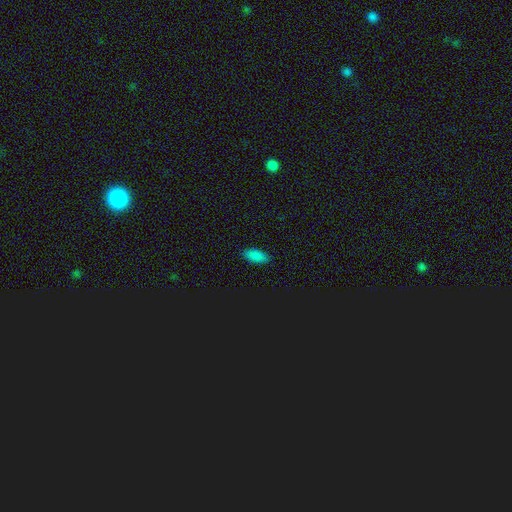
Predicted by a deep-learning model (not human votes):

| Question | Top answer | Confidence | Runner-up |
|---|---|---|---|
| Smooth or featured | smooth | 85% | star or artifact (11%) |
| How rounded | in between | 85% | cigar-shaped (13%) |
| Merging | none | 89% | minor disturbance (8%) |